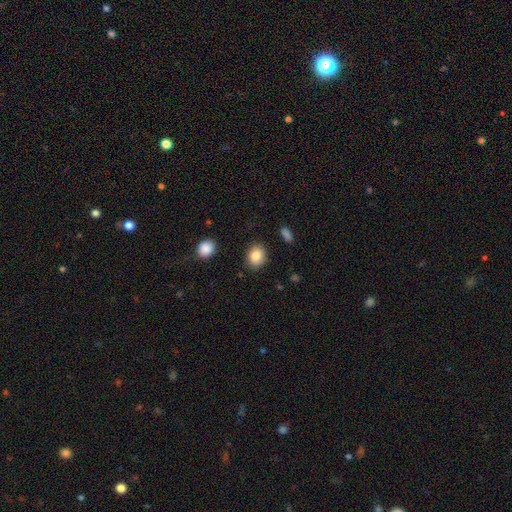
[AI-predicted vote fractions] Smooth or featured: smooth — 85% (star or artifact — 8%)
How rounded: round — 55% (in between — 44%)
Merging: none — 87% (minor disturbance — 9%)